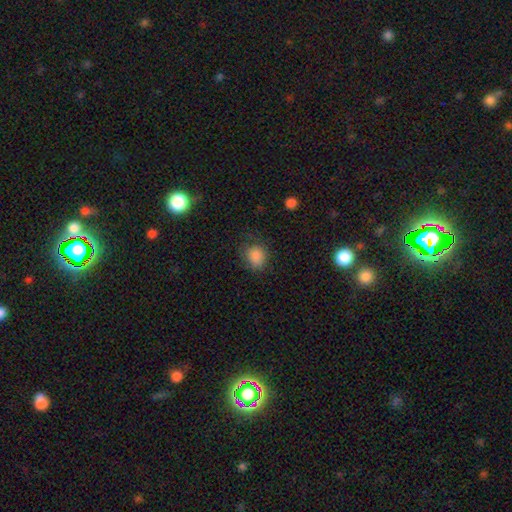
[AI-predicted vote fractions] Smooth or featured?
  - smooth: 85% *
  - star or artifact: 11%
  - featured or disk: 5%
How rounded?
  - round: 71% *
  - in between: 29%
  - cigar-shaped: 1%
Merging?
  - none: 72% *
  - minor disturbance: 19%
  - major disturbance: 7%
  - merger: 1%